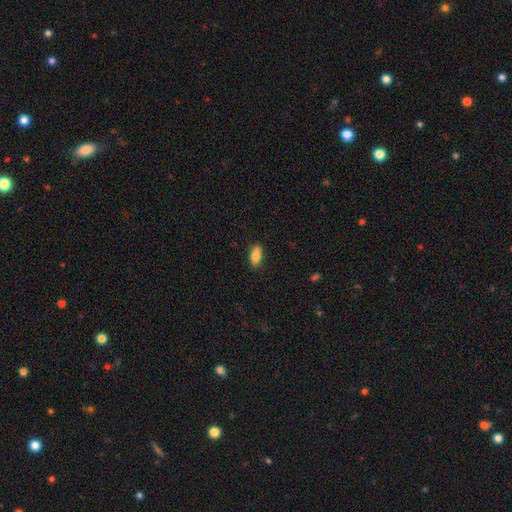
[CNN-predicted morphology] This is clearly a smooth galaxy (85%). How rounded: clearly in between (87%). Merging: clearly none (84%).